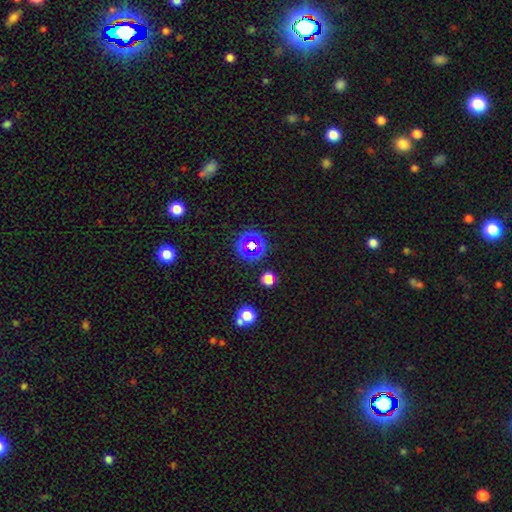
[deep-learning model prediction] smooth_or_featured: smooth (p=0.48) [alt: star or artifact p=0.43]
merging: none (p=0.82) [alt: minor disturbance p=0.08]